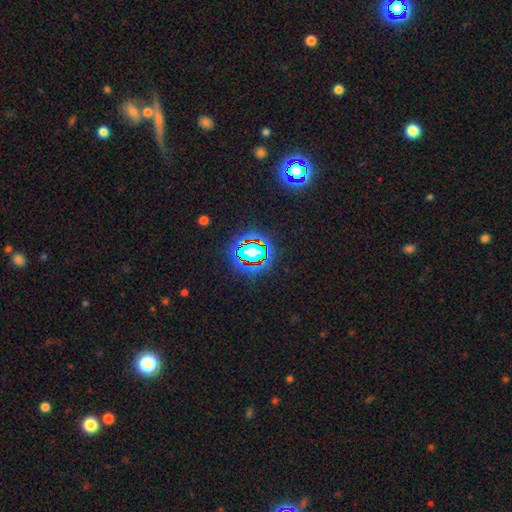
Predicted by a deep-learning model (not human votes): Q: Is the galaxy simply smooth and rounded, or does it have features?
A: star or artifact — 77%.